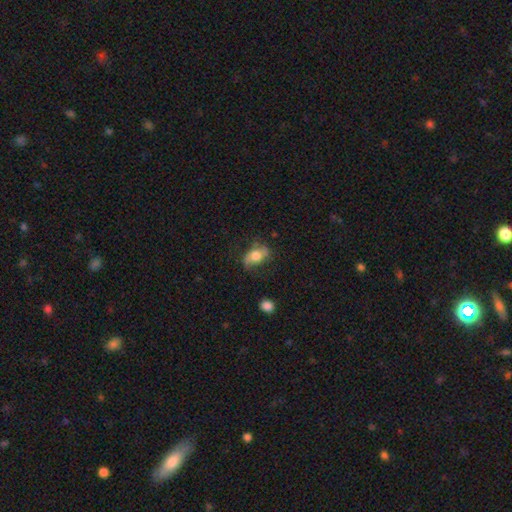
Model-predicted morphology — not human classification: A smooth galaxy with no disk features (52%) that is in between round and cigar-shaped (82%). Merging: none (62%).